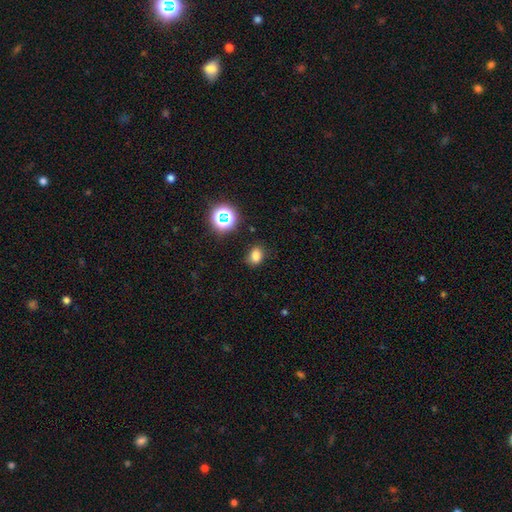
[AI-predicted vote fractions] smooth_or_featured: smooth (p=0.77) [alt: star or artifact p=0.17]
how_rounded: in between (p=0.65) [alt: round p=0.34]
merging: none (p=0.79) [alt: minor disturbance p=0.14]